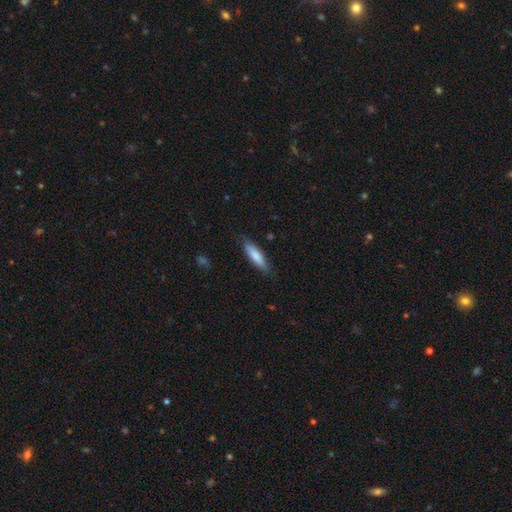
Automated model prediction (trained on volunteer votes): A smooth galaxy with no disk features (79%) that is cigar-shaped (69%).

Vote fractions:
- Smooth or featured? smooth: 79% / featured or disk: 15% / star or artifact: 6%
- How rounded? cigar-shaped: 69% / in between: 30% / round: 1%
- Merging? none: 83% / minor disturbance: 13% / major disturbance: 3% / merger: 1%